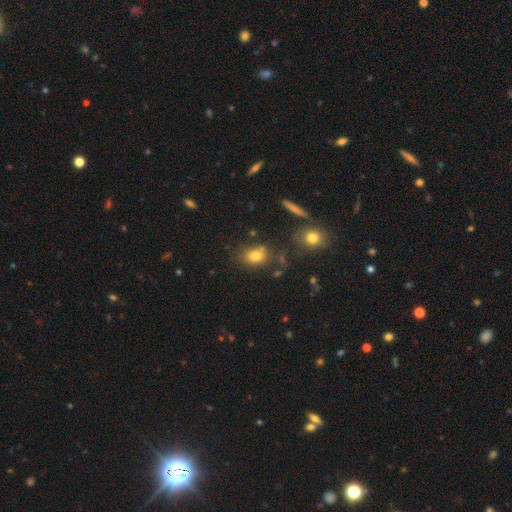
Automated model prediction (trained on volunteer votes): The model was most divided on "how rounded": in between: 70%, round: 27%, cigar-shaped: 3%. More confident: smooth or featured — smooth (79%); merging — none (68%).